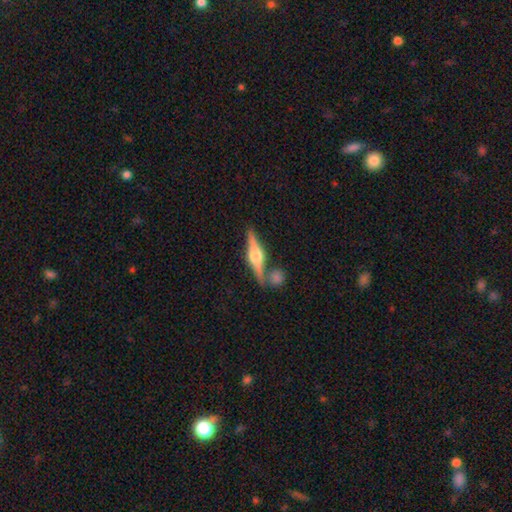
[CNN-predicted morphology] The model was most divided on "smooth or featured": featured or disk: 75%, smooth: 19%, star or artifact: 6%. More confident: edge-on disk — yes (97%); edge-on bulge — rounded (94%); merging — none (75%).